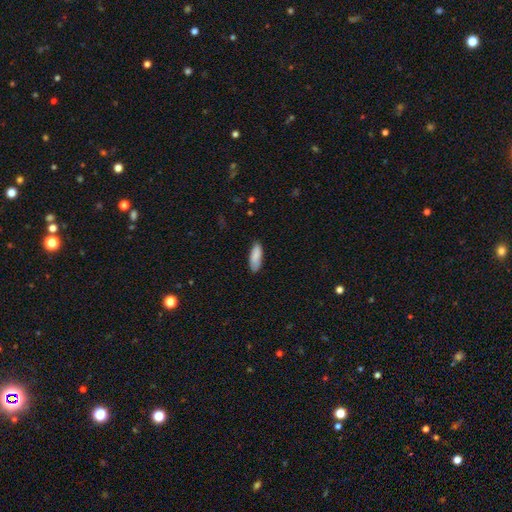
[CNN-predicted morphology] Q: Smooth or featured?
A: smooth (87%); runner-up: featured or disk (7%)
Q: How rounded?
A: in between (68%); runner-up: cigar-shaped (30%)
Q: Merging?
A: none (79%); runner-up: minor disturbance (17%)